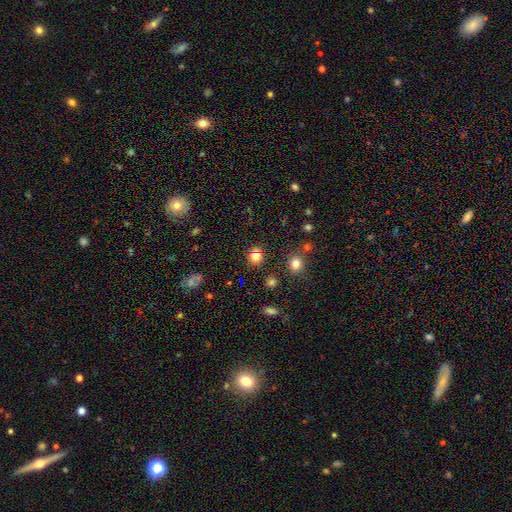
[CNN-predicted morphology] Smooth or featured: smooth — 78% (star or artifact — 16%)
How rounded: round — 81% (in between — 18%)
Merging: none — 82% (minor disturbance — 10%)